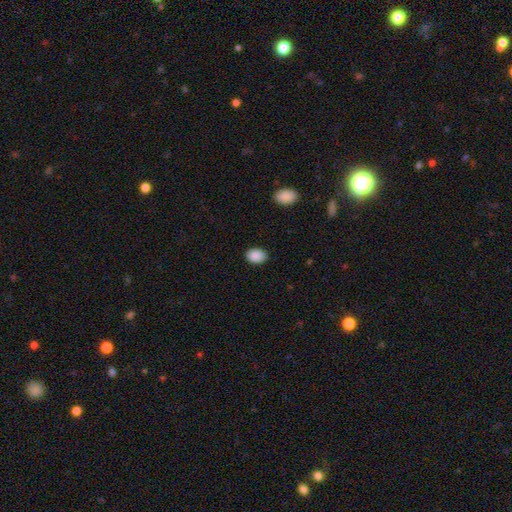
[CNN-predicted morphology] Overall: smooth (89%). How rounded: in between (77%). Merging: none (87%).